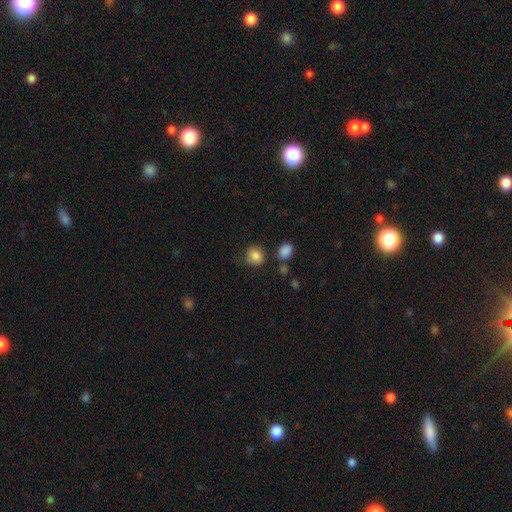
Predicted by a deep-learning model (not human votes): This appears to be a smooth galaxy with no disk features (85%) that is round (77%). Merging: none (70%).